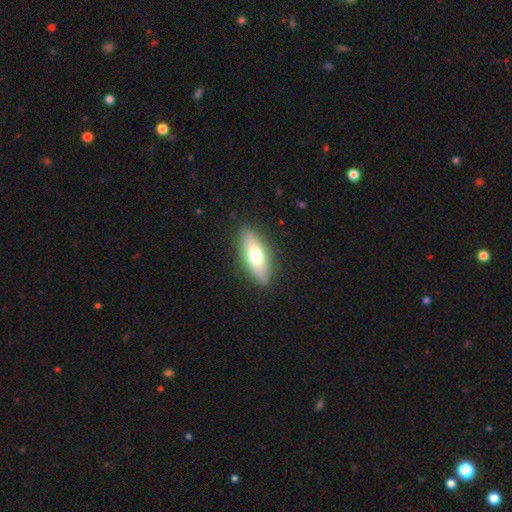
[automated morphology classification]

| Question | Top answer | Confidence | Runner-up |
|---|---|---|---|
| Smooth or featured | smooth | 67% | featured or disk (27%) |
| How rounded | in between | 65% | cigar-shaped (32%) |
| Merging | none | 87% | minor disturbance (10%) |